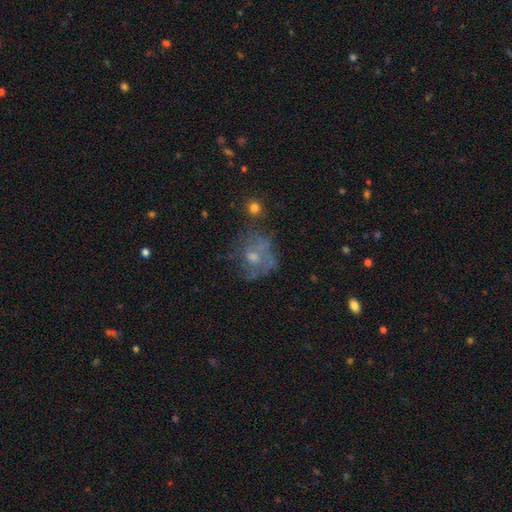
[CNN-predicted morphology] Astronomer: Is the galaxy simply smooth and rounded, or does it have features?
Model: featured or disk — 49% (runner-up: smooth, 37%).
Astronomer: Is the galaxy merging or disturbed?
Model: none — 42% (runner-up: major disturbance, 30%).